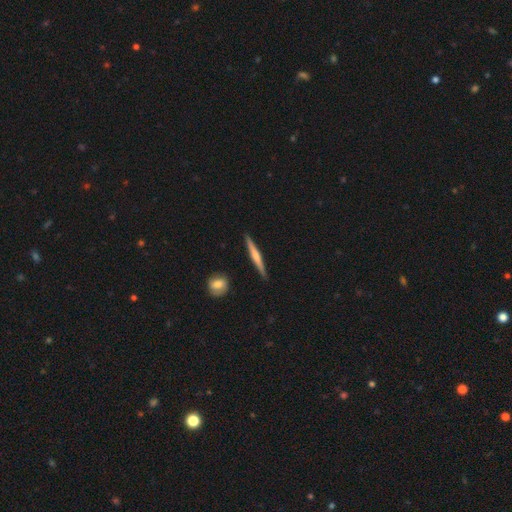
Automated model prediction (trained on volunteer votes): This appears to be a featured or disk galaxy (56%) viewed edge-on (97%) with a rounded central bulge (61%). Merging: none (90%).